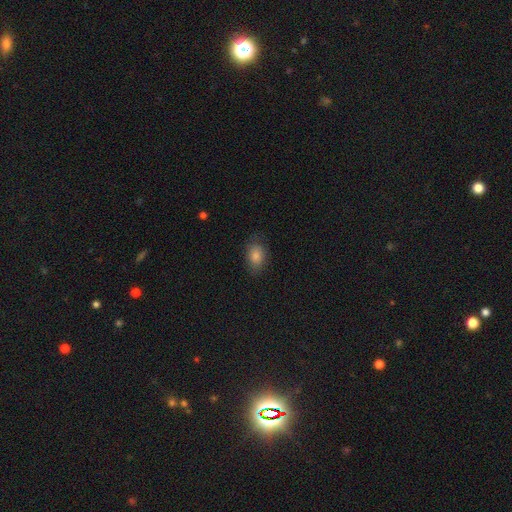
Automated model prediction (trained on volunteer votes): smooth 80%, star or artifact 12%, featured or disk 9%. Down the decision tree: how rounded — in between (79%); merging — none (79%).